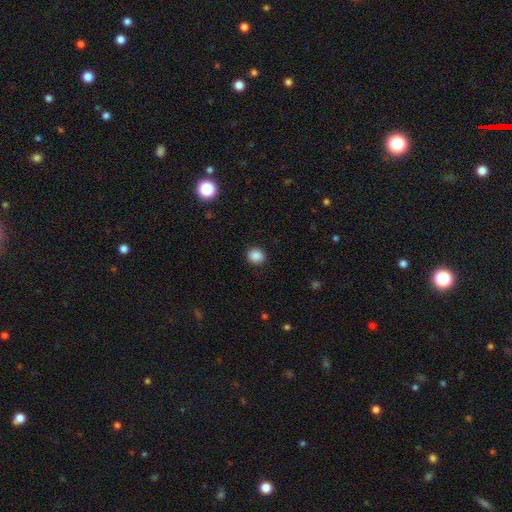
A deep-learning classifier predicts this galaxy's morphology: Q: Smooth or featured?
A: smooth (88%); runner-up: star or artifact (9%)
Q: How rounded?
A: round (68%); runner-up: in between (31%)
Q: Merging?
A: none (90%); runner-up: minor disturbance (7%)